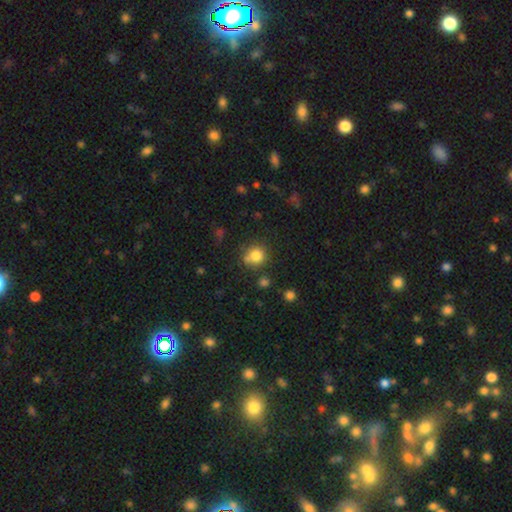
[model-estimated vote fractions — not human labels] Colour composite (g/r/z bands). It shows a smooth galaxy with no disk features (80%) that is round (87%). Merging: none (68%).